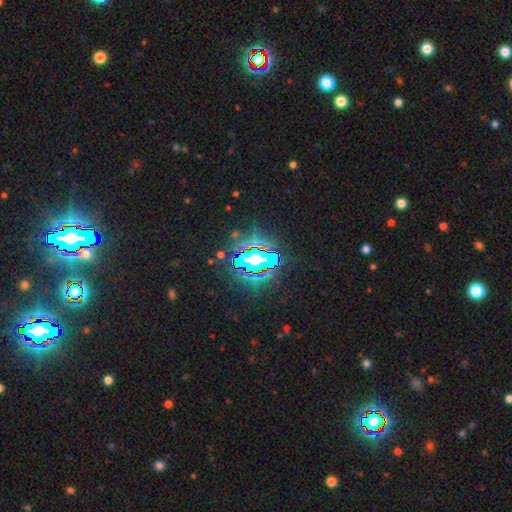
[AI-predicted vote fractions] Overall: star or artifact (85%).